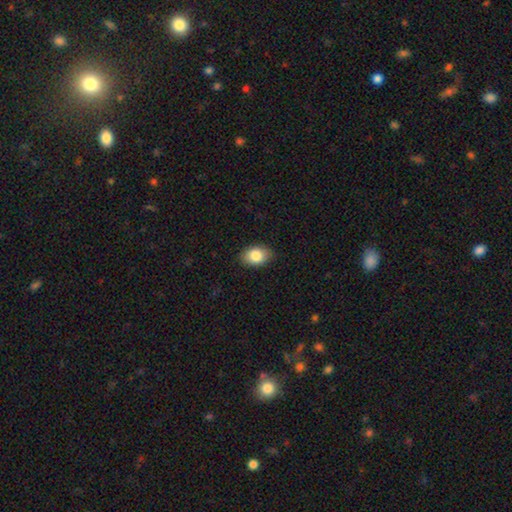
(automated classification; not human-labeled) smooth-or-featured: smooth: 85% | featured or disk: 8% | star or artifact: 7%
  how-rounded: in between: 85% | round: 14% | cigar-shaped: 1%
  merging: none: 87% | minor disturbance: 10% | major disturbance: 2% | merger: 1%